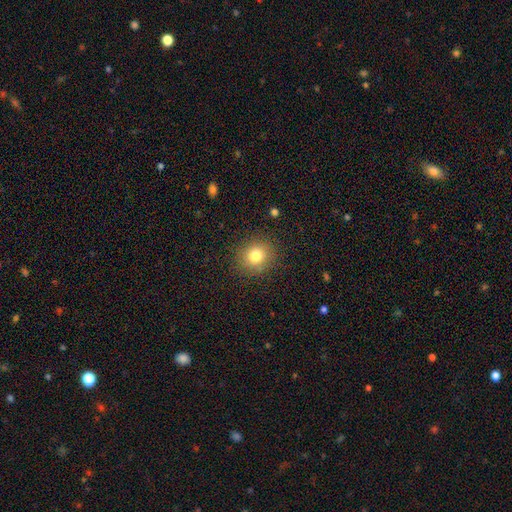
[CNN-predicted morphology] type=smooth (80%); roundness=round (77%); merging=none (86%).